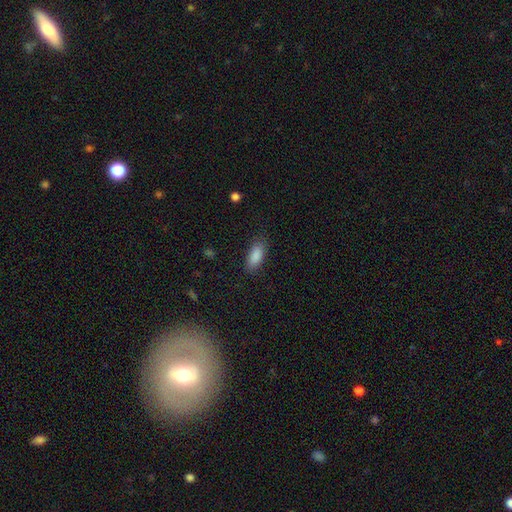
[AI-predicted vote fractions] Smooth or featured? smooth (88%)
How rounded? in between (83%)
Merging? none (83%)